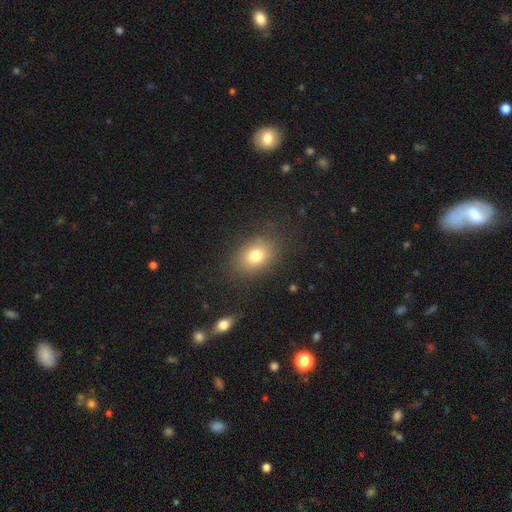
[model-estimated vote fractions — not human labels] This is likely a smooth galaxy (78%). How rounded: likely in between (69%). Merging: clearly none (82%).